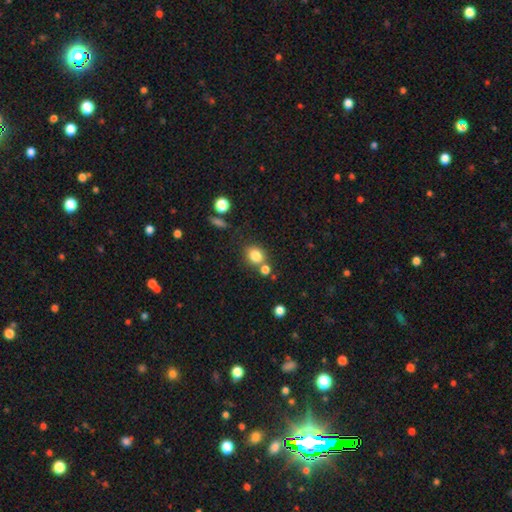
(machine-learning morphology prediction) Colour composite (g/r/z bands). It shows a smooth galaxy with no disk features (82%) that is round (58%). Merging: none (64%).